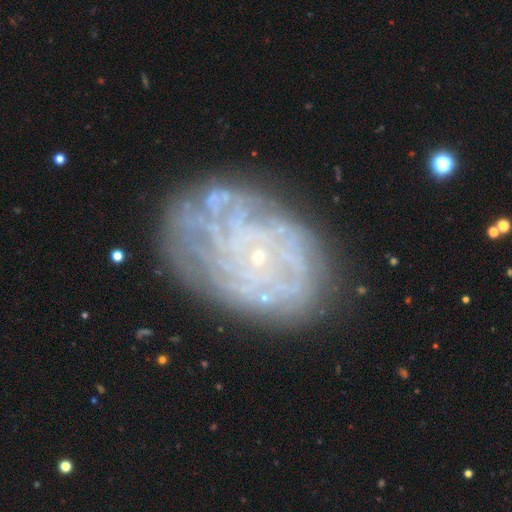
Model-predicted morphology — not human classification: Q: Smooth or featured?
A: featured or disk (77%); runner-up: smooth (13%)
Q: Edge-on disk?
A: no (96%); runner-up: yes (4%)
Q: Bar?
A: no (83%); runner-up: weak (13%)
Q: Spiral arms?
A: yes (78%); runner-up: no (22%)
Q: Spiral winding?
A: tight (72%); runner-up: medium (19%)
Q: Spiral arm count?
A: can't tell (46%); runner-up: more than 4 (21%)
Q: Bulge size?
A: small (86%); runner-up: moderate (6%)
Q: Merging?
A: none (70%); runner-up: minor disturbance (17%)